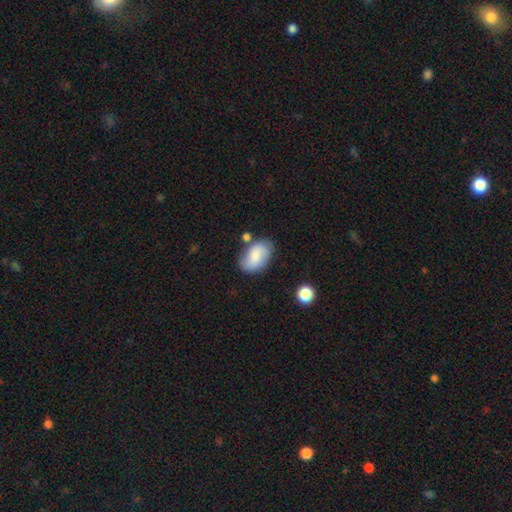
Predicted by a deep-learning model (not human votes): The model was most divided on "merging": none: 66%, minor disturbance: 20%, merger: 9%, major disturbance: 5%. More confident: how rounded — in between (90%); smooth or featured — smooth (73%).